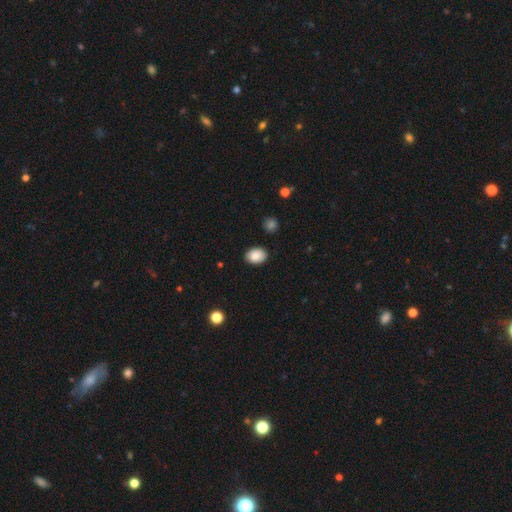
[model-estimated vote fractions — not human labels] Smooth or featured? Predicted: smooth (p=0.87). How rounded? Predicted: in between (p=0.70). Merging? Predicted: none (p=0.88).